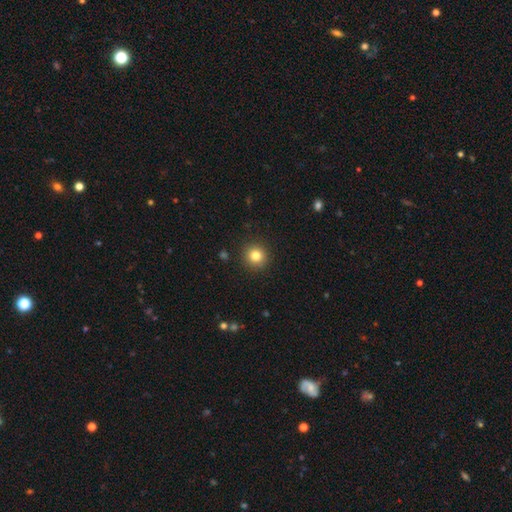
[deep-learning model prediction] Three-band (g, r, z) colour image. It shows a smooth galaxy with no disk features (81%) that is round (94%). Merging: none (91%).